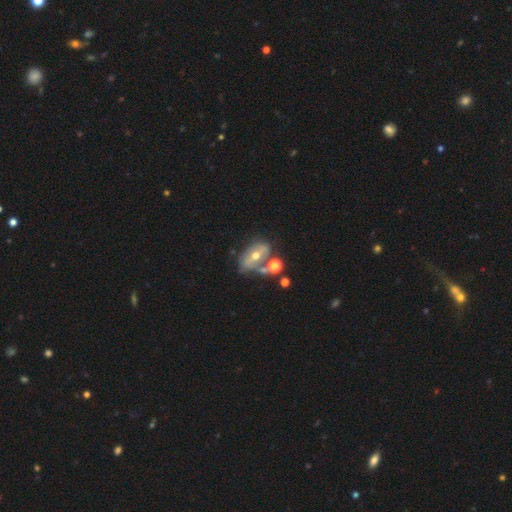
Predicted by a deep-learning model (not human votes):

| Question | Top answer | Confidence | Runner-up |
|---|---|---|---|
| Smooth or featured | featured or disk | 59% | smooth (29%) |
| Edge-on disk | no | 92% | yes (8%) |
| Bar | no | 44% | weak (28%) |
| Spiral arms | no | 53% | yes (47%) |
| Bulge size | moderate | 67% | small (26%) |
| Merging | none | 43% | merger (26%) |